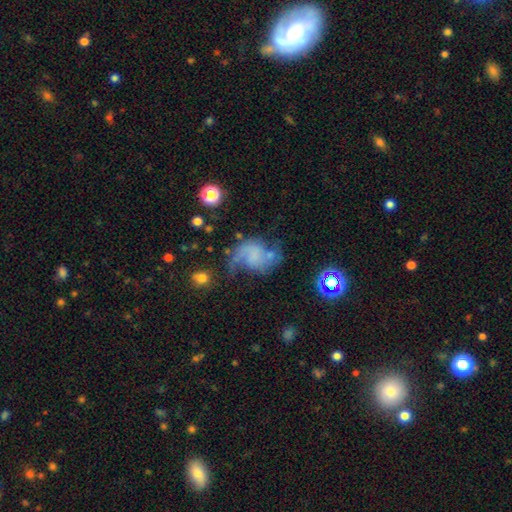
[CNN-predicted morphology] A featured or disk galaxy (65%) with no bar (67%), 2 (73%) loose (55%) spiral arms (88%) and no central bulge (65%).

Vote fractions:
- Smooth or featured? featured or disk: 65% / smooth: 22% / star or artifact: 13%
- Edge-on disk? no: 98% / yes: 2%
- Bar? no: 67% / weak: 27% / strong: 7%
- Spiral arms? yes: 88% / no: 12%
- Spiral winding? loose: 55% / medium: 34% / tight: 11%
- Spiral arm count? 2: 73% / 1: 17% / can't tell: 6% / 3: 2% / 4: 1% / more than 4: 1%
- Bulge size? none: 65% / small: 17% / moderate: 9% / large: 5% / dominant: 3%
- Merging? none: 44% / major disturbance: 24% / minor disturbance: 24% / merger: 8%